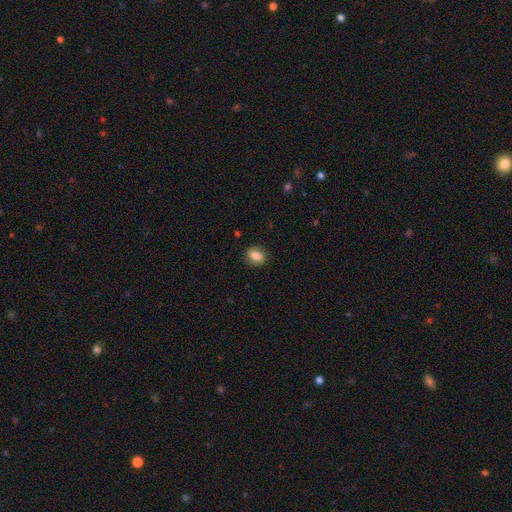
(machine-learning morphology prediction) Smooth or featured? smooth (85%)
How rounded? in between (60%)
Merging? none (84%)